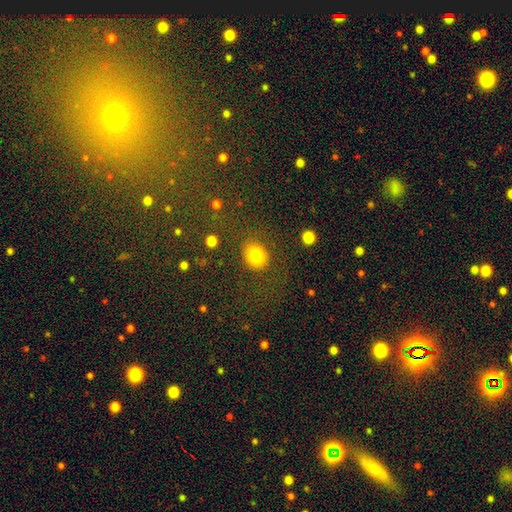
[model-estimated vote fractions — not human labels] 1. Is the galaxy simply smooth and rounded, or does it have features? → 81% smooth, 13% star or artifact, 7% featured or disk.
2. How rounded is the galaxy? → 71% round, 28% in between, 1% cigar-shaped.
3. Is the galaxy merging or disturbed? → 76% none, 12% minor disturbance, 8% major disturbance, 4% merger.